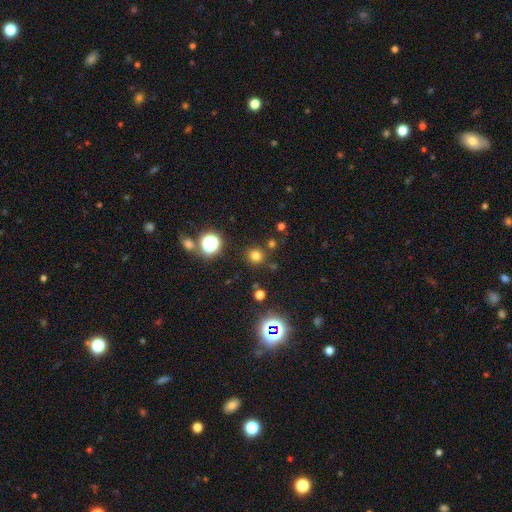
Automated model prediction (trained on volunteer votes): A smooth galaxy with no disk features (72%) that is round (93%). Merging: none (86%).